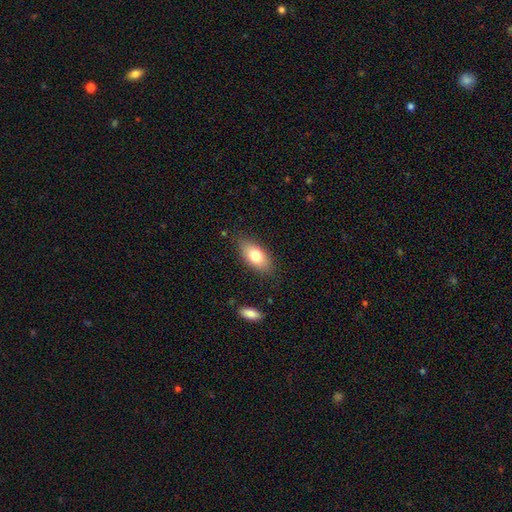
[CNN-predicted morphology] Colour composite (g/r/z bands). It shows a smooth galaxy with no disk features (77%) that is in between round and cigar-shaped (88%). Merging: none (82%).